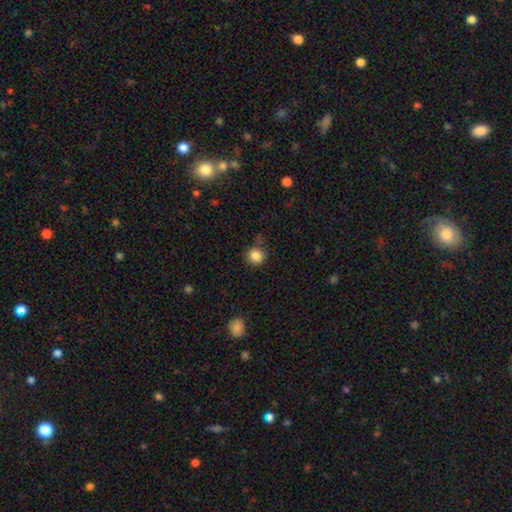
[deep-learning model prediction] This appears to be a smooth galaxy with no disk features (86%) that is round (85%). Merging: none (78%).